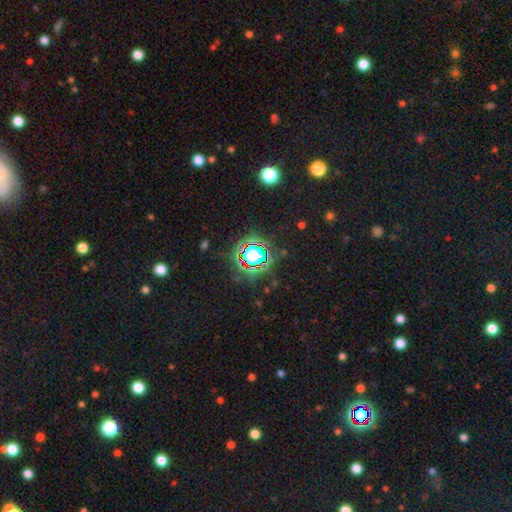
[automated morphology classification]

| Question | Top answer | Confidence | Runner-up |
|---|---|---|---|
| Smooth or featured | star or artifact | 79% | smooth (13%) |